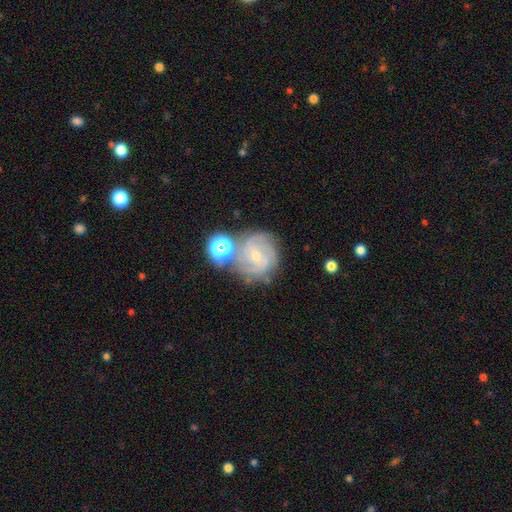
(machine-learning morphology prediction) This is likely a featured or disk galaxy (78%). It is clearly not viewed edge-on (98%). Bar: possibly no (47%). Spiral arm pattern: clearly yes (94%). Spiral arm count: marginally 3 (33%). Spiral winding: possibly tight (55%). Central bulge: likely small (68%). Merging: likely none (64%).